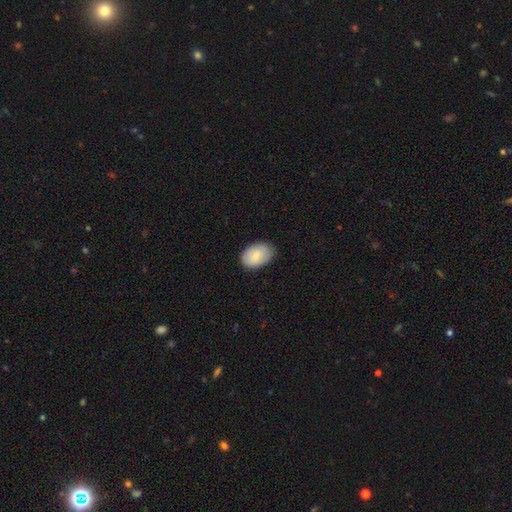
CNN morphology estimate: Q: Smooth or featured?
A: smooth (77%); runner-up: featured or disk (17%)
Q: How rounded?
A: in between (88%); runner-up: round (11%)
Q: Merging?
A: none (82%); runner-up: minor disturbance (15%)